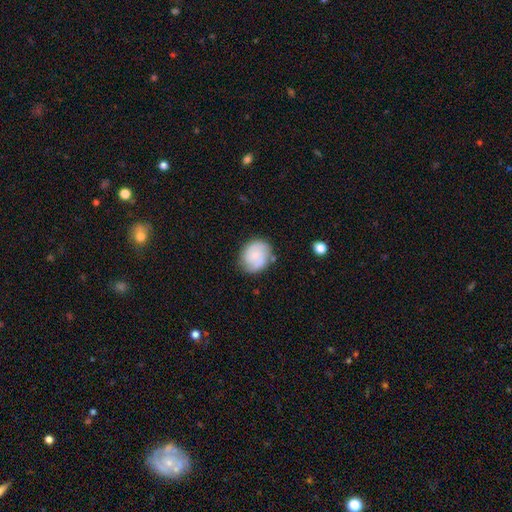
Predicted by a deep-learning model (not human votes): This appears to be a featured or disk galaxy (55%) with no bar (63%), spiral arms (90%) and a small central bulge (61%). Merging: none (75%).